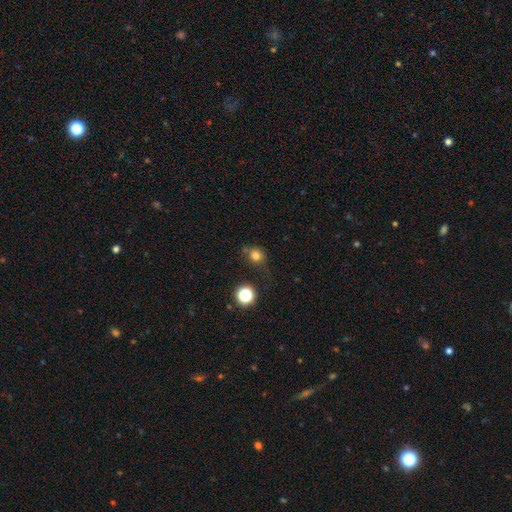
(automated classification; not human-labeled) Q: Smooth or featured?
A: smooth (76%); runner-up: star or artifact (16%)
Q: How rounded?
A: round (83%); runner-up: in between (15%)
Q: Merging?
A: none (63%); runner-up: minor disturbance (22%)